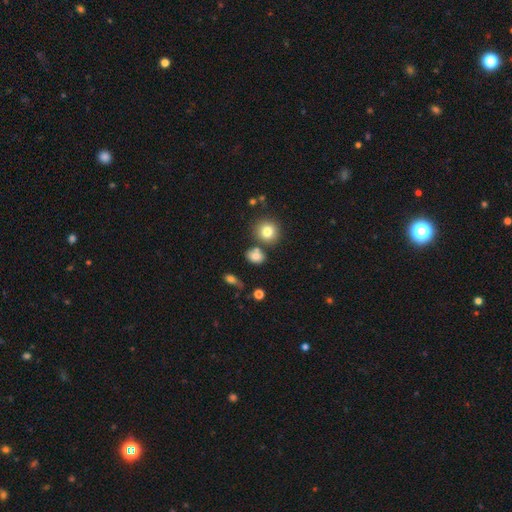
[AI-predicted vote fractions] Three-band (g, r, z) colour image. It shows a smooth galaxy with no disk features (78%) that is round (52%). Merging: none (65%).